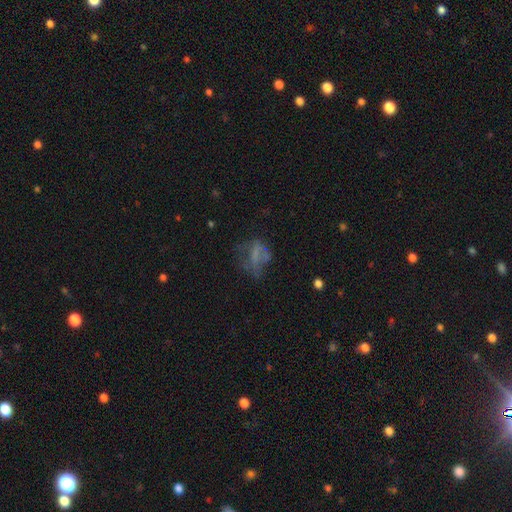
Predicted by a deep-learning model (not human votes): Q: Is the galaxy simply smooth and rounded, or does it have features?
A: smooth — 40%.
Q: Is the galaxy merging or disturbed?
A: major disturbance — 39%.